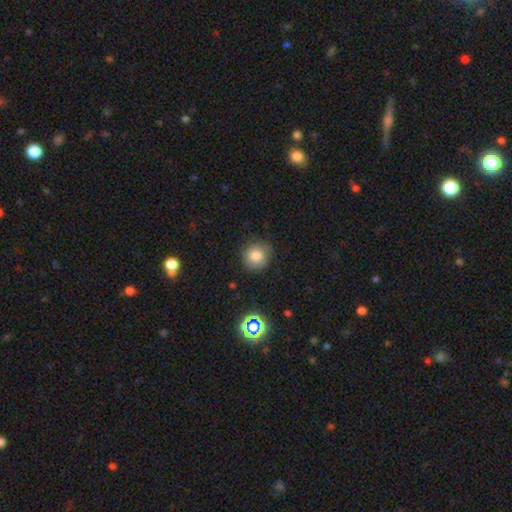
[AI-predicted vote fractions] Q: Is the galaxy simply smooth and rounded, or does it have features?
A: smooth — 81%.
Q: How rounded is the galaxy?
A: round — 89%.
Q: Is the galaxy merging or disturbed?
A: none — 82%.